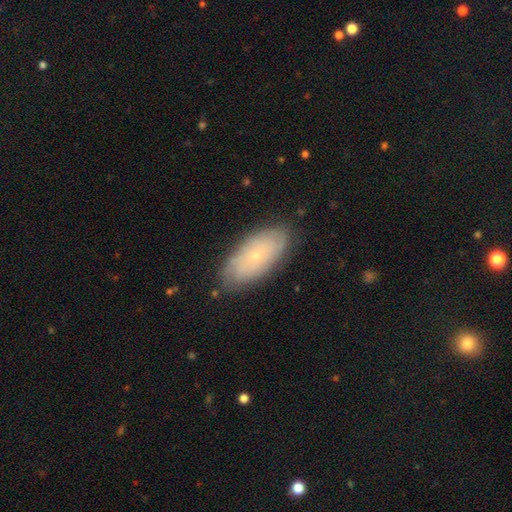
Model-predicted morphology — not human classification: featured or disk 47%, smooth 46%, star or artifact 8%. Down the decision tree: merging — none (81%).